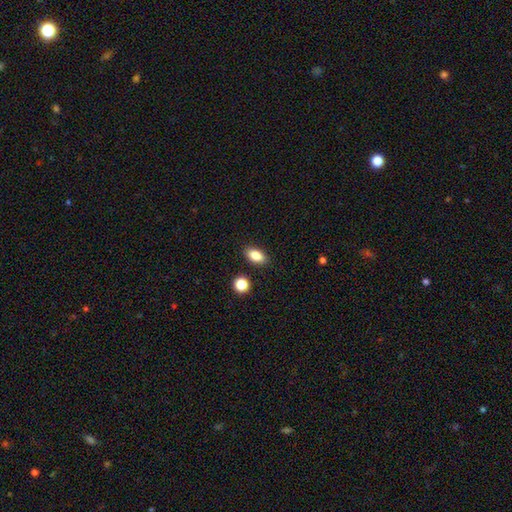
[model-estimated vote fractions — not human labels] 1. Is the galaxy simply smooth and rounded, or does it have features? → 84% smooth, 9% star or artifact, 8% featured or disk.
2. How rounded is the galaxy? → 88% in between, 7% round, 5% cigar-shaped.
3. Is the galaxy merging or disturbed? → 87% none, 8% minor disturbance, 3% merger, 2% major disturbance.